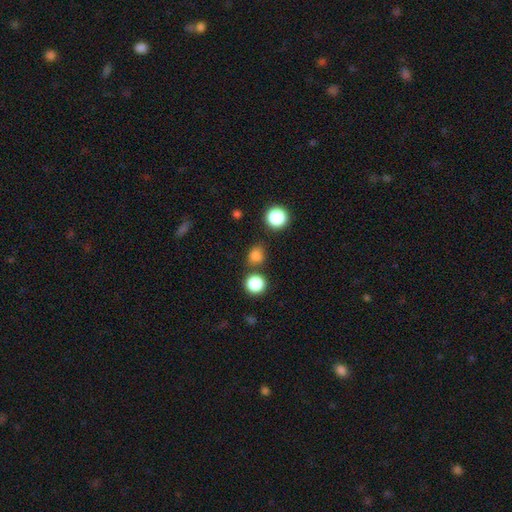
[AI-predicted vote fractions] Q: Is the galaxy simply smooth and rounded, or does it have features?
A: smooth — 79%.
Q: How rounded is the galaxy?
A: round — 73%.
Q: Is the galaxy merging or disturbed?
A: none — 75%.